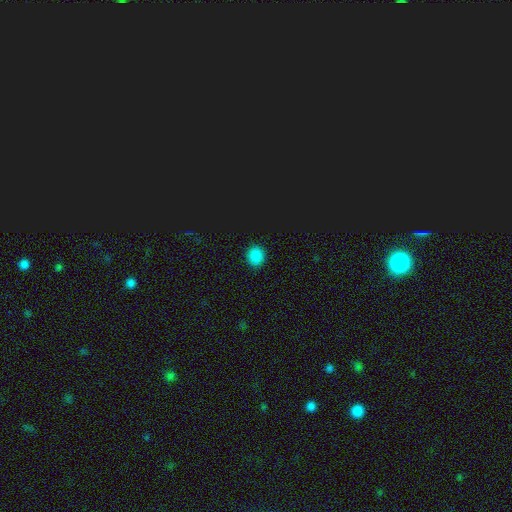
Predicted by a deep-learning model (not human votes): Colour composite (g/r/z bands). It shows a smooth galaxy with no disk features (83%) that is round (74%). Merging: none (90%).